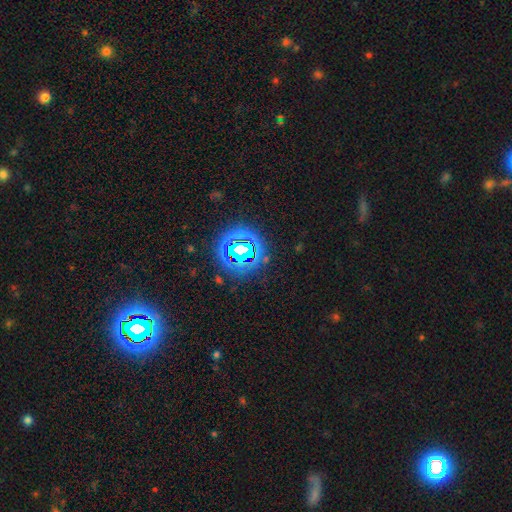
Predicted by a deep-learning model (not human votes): A star or artifact, not a galaxy (77%).